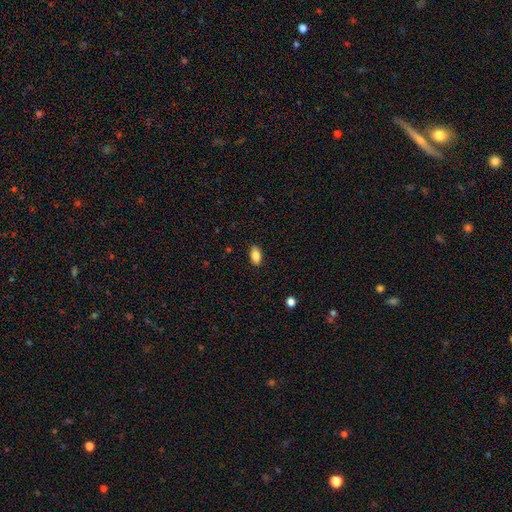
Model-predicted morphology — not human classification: A smooth galaxy with no disk features (85%) that is in between round and cigar-shaped (91%).

Vote fractions:
- Smooth or featured? smooth: 85% / star or artifact: 8% / featured or disk: 7%
- How rounded? in between: 91% / round: 5% / cigar-shaped: 4%
- Merging? none: 89% / minor disturbance: 8% / major disturbance: 2% / merger: 1%